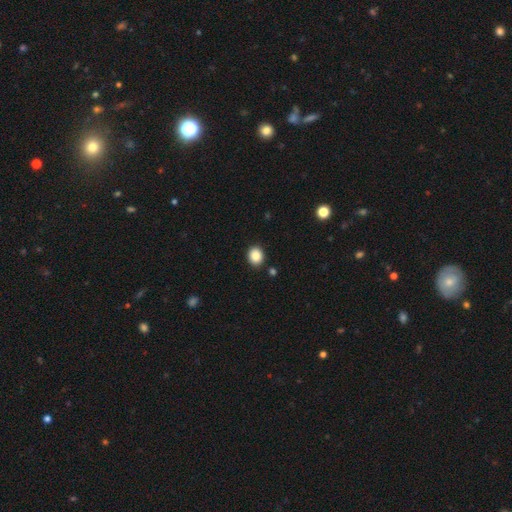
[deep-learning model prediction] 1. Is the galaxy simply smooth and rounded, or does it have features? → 87% smooth, 9% star or artifact, 4% featured or disk.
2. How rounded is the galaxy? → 59% round, 40% in between, 1% cigar-shaped.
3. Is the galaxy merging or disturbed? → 89% none, 7% minor disturbance, 2% major disturbance, 2% merger.